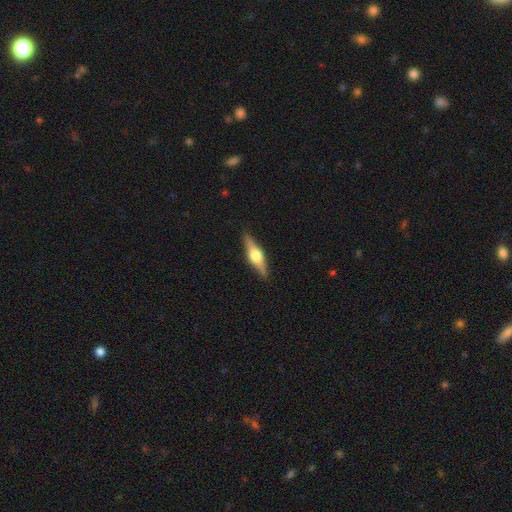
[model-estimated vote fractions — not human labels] Morphology: type=featured or disk (68%); edge-on=yes (97%); edge-on bulge=rounded (93%); merging=none (90%).